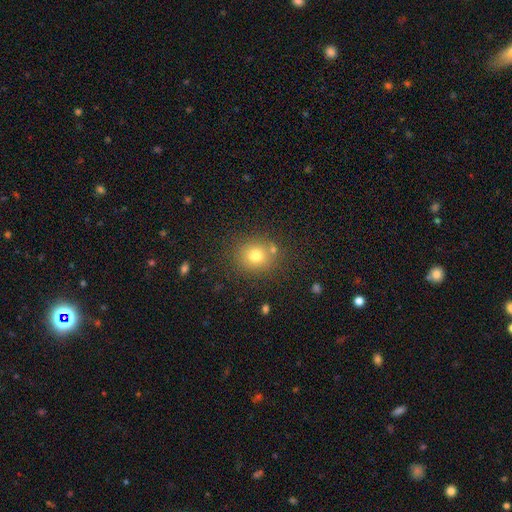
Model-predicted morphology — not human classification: Smooth or featured? Predicted: smooth (p=0.75). How rounded? Predicted: round (p=0.81). Merging? Predicted: none (p=0.78).